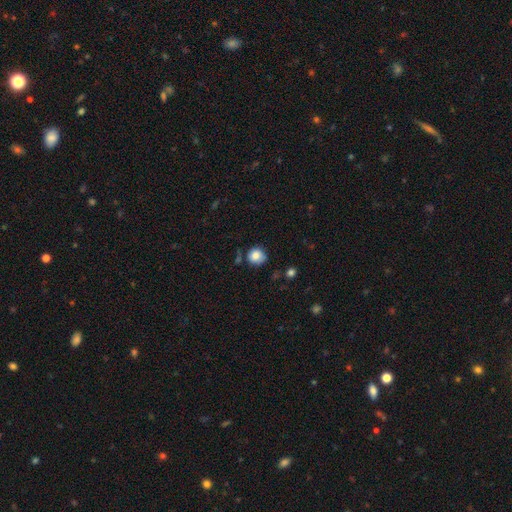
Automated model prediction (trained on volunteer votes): Smooth or featured? Predicted: smooth (p=0.82). How rounded? Predicted: round (p=0.88). Merging? Predicted: none (p=0.69).